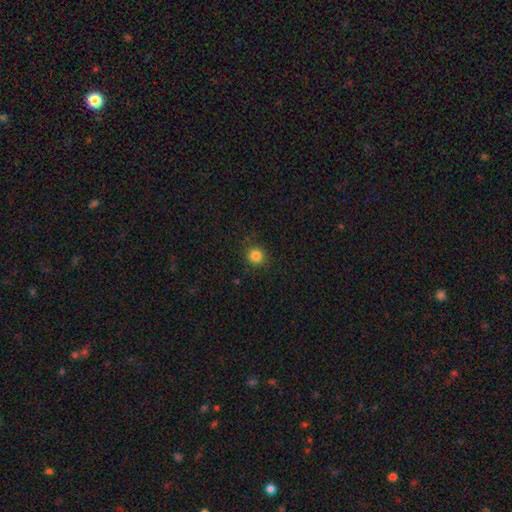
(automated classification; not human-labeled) Smooth or featured? Predicted: smooth (p=0.83). How rounded? Predicted: round (p=0.87). Merging? Predicted: none (p=0.89).